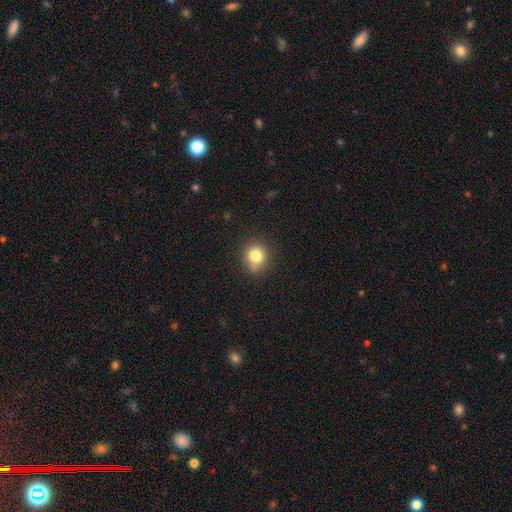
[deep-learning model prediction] Smooth or featured?
  - smooth: 81% *
  - star or artifact: 12%
  - featured or disk: 7%
How rounded?
  - round: 81% *
  - in between: 18%
  - cigar-shaped: 1%
Merging?
  - none: 76% *
  - minor disturbance: 17%
  - major disturbance: 4%
  - merger: 3%